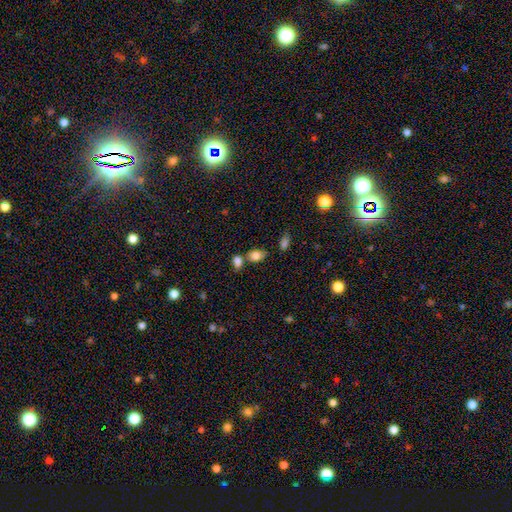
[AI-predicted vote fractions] The model was most divided on "merging": none: 50%, merger: 30%, minor disturbance: 14%, major disturbance: 5%. More confident: smooth or featured — smooth (81%); how rounded — in between (75%).